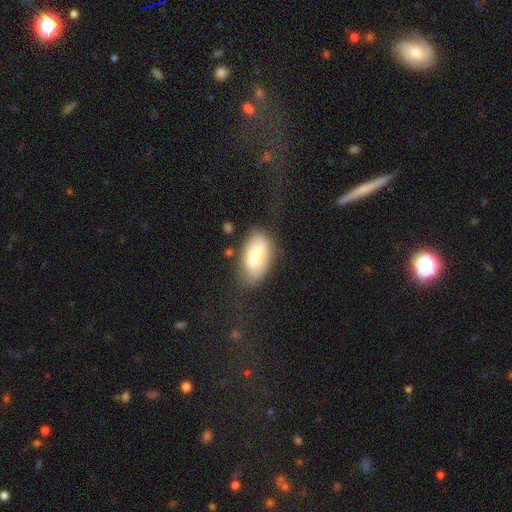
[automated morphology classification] smooth-or-featured: smooth: 65% | featured or disk: 28% | star or artifact: 7%
  how-rounded: in between: 92% | round: 4% | cigar-shaped: 3%
  merging: none: 64% | minor disturbance: 23% | major disturbance: 10% | merger: 3%